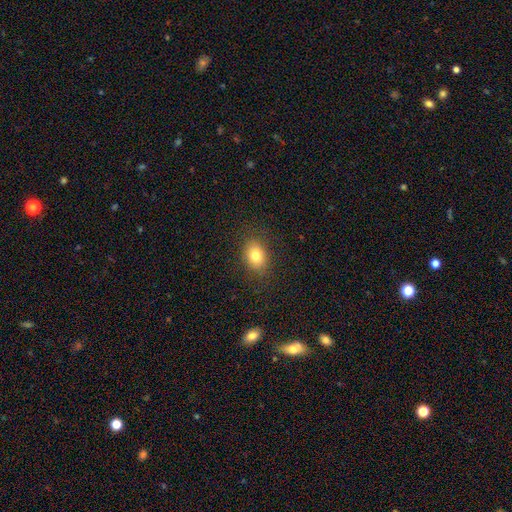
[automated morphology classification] Overall: smooth (80%). How rounded: in between (67%; round 32%). Merging: none (86%).